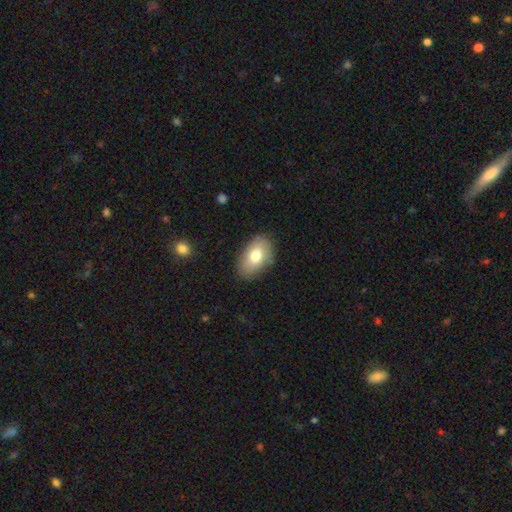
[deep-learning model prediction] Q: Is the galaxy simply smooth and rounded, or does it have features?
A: smooth — 78%.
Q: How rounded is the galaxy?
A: in between — 92%.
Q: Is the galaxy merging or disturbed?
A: none — 83%.